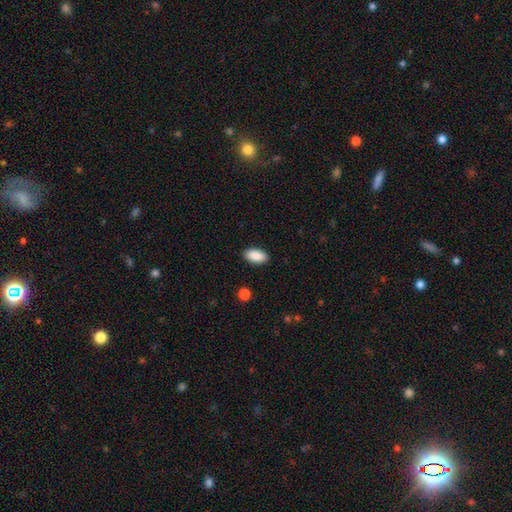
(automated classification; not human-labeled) smooth_or_featured: smooth (p=0.90) [alt: star or artifact p=0.07]
how_rounded: in between (p=0.94) [alt: cigar-shaped p=0.04]
merging: none (p=0.89) [alt: minor disturbance p=0.08]